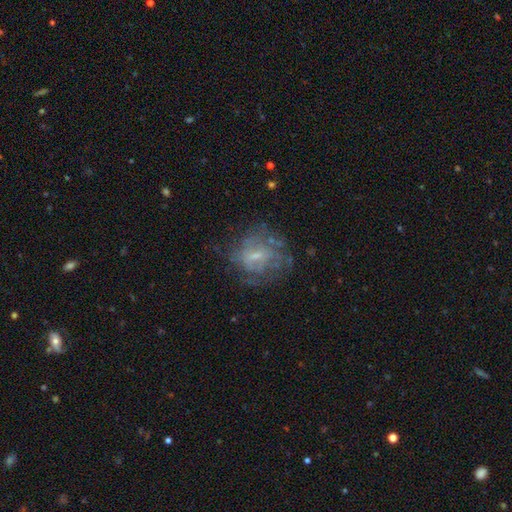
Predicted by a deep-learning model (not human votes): Overall: featured or disk (63%; smooth 26%). Edge-on disk: no (97%). Bar: weak (46%, tied with no). Spiral arms: yes (51%; no 49%). Bulge size: small (55%; moderate 28%). Merging: none (56%; major disturbance 21%).